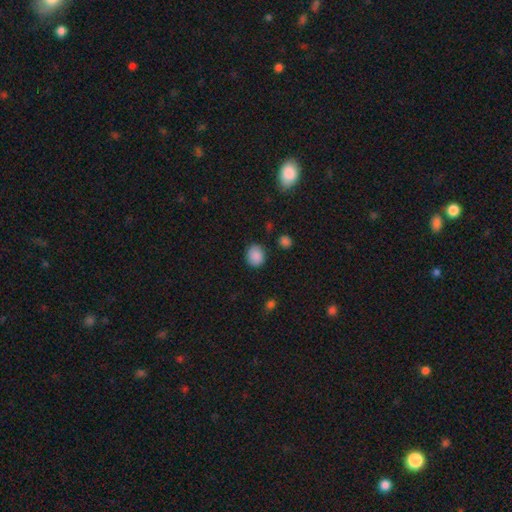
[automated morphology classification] This is clearly a smooth galaxy (87%). How rounded: likely round (66%). Merging: clearly none (80%).